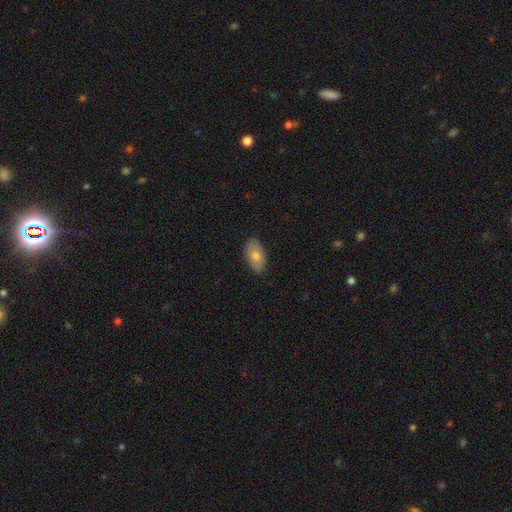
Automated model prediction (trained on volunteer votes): smooth 75%, featured or disk 18%, star or artifact 7%. Down the decision tree: how rounded — in between (94%); merging — none (86%).